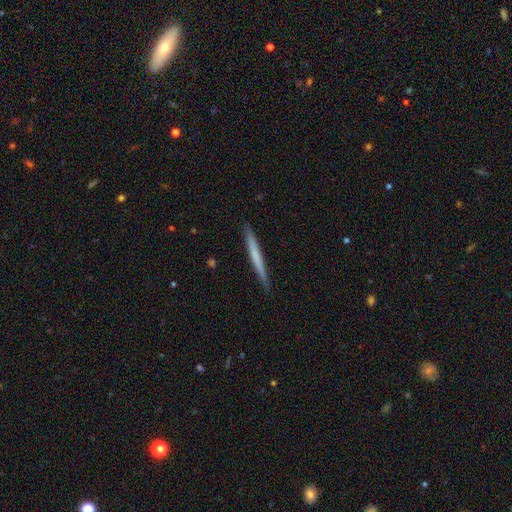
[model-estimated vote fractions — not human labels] smooth-or-featured: smooth: 55% | featured or disk: 40% | star or artifact: 5%
  how-rounded: cigar-shaped: 97% | in between: 2% | round: 1%
  merging: none: 90% | minor disturbance: 8% | major disturbance: 1% | merger: 1%